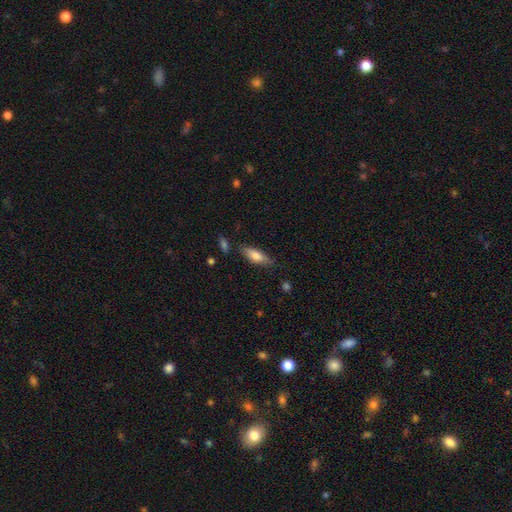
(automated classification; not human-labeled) The model was most divided on "how rounded": in between: 66%, cigar-shaped: 31%, round: 2%. More confident: merging — none (74%); smooth or featured — smooth (72%).